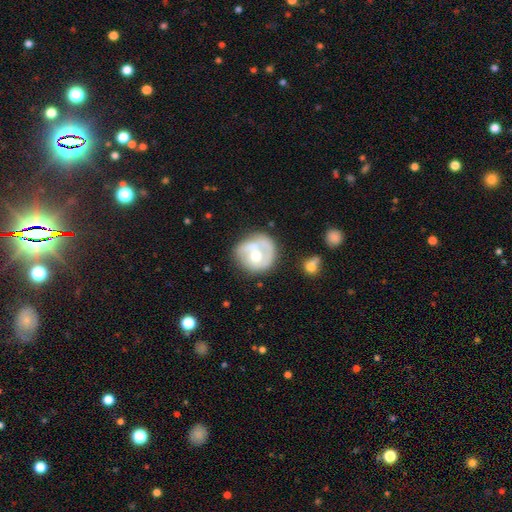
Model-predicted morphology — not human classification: Q: Smooth or featured?
A: featured or disk (53%); runner-up: smooth (40%)
Q: Edge-on disk?
A: no (97%); runner-up: yes (3%)
Q: Bar?
A: no (81%); runner-up: weak (16%)
Q: Spiral arms?
A: no (55%); runner-up: yes (45%)
Q: Bulge size?
A: moderate (74%); runner-up: small (16%)
Q: Merging?
A: none (50%); runner-up: minor disturbance (23%)